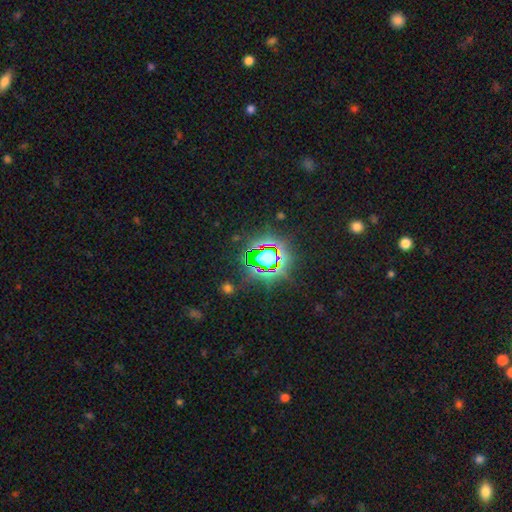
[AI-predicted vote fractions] star or artifact 80%, smooth 13%, featured or disk 8%.